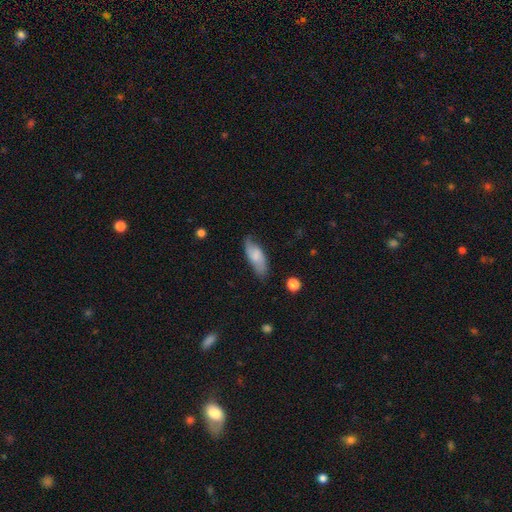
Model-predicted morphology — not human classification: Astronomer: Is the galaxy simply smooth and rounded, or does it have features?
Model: smooth — 61%.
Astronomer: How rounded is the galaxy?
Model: in between — 75%.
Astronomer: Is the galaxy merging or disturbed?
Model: none — 68%.